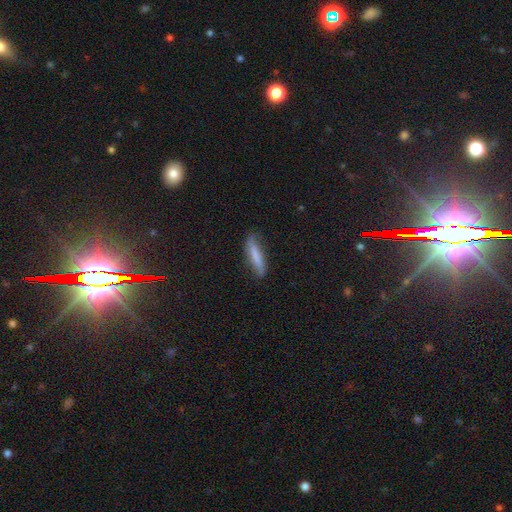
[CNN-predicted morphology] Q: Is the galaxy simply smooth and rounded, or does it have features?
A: smooth — 73%.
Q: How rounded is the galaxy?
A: cigar-shaped — 85%.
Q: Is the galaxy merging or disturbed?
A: none — 75%.